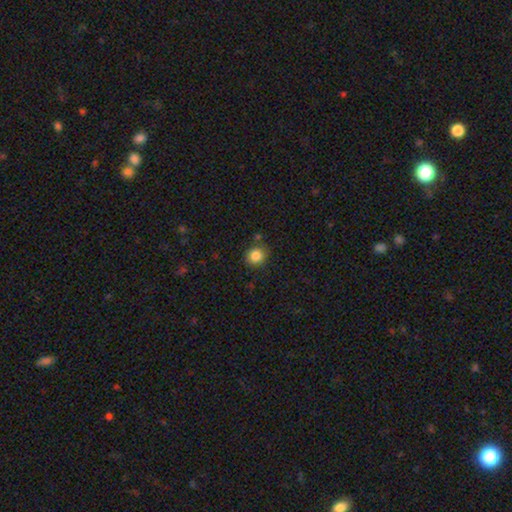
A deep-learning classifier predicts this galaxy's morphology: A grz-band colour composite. It shows a smooth galaxy with no disk features (85%) that is round (85%). Merging: none (82%).